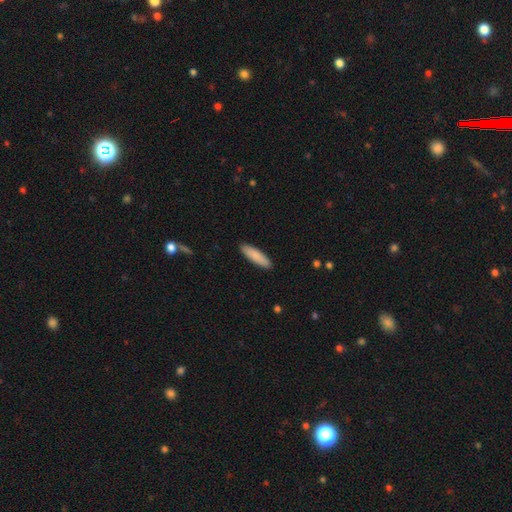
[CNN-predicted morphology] Q: Smooth or featured?
A: smooth (88%); runner-up: featured or disk (7%)
Q: How rounded?
A: cigar-shaped (65%); runner-up: in between (34%)
Q: Merging?
A: none (91%); runner-up: minor disturbance (7%)